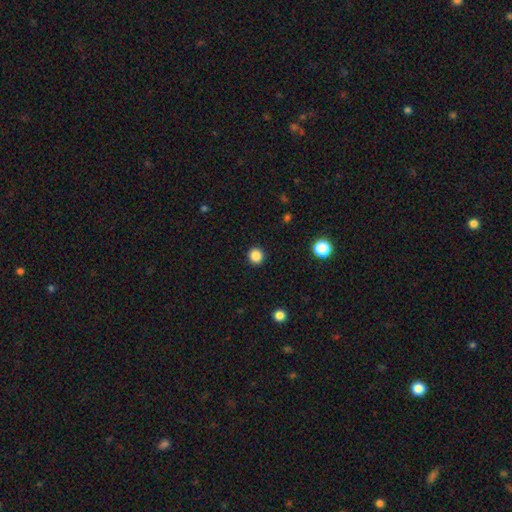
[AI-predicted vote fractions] smooth-or-featured: smooth: 86% | star or artifact: 11% | featured or disk: 3%
  how-rounded: round: 91% | in between: 8% | cigar-shaped: 1%
  merging: none: 92% | minor disturbance: 5% | major disturbance: 2% | merger: 1%